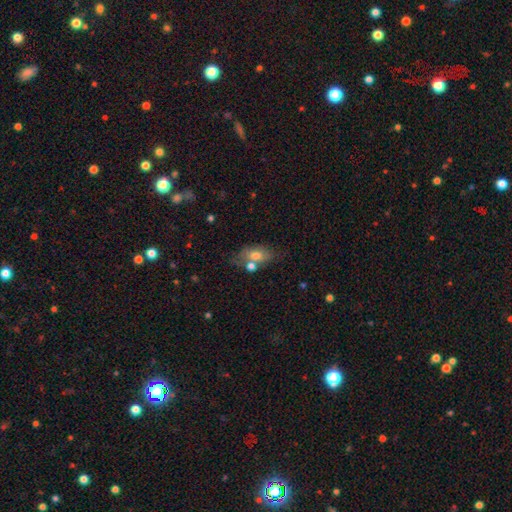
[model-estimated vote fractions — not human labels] Smooth or featured? Predicted: smooth (p=0.67). How rounded? Predicted: in between (p=0.85). Merging? Predicted: none (p=0.49).